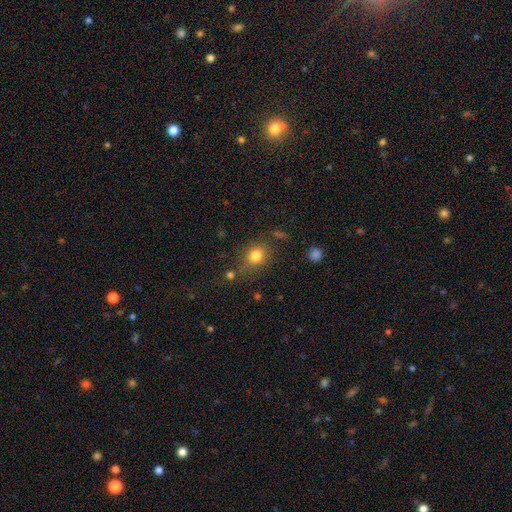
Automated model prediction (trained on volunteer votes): Overall: smooth (80%). How rounded: round (62%; in between 36%). Merging: none (73%).